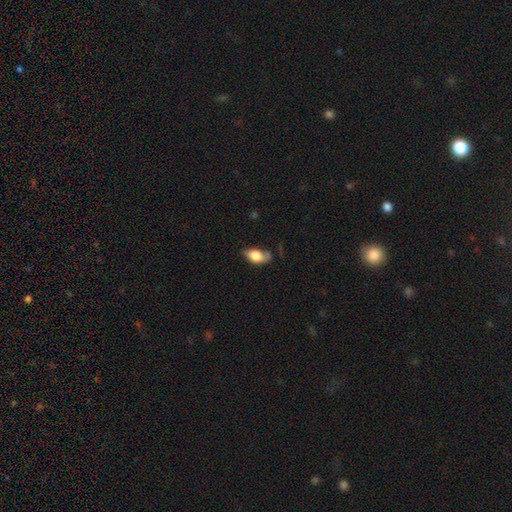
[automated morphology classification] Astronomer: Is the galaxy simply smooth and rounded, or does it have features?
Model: smooth — 74%.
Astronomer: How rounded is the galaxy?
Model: in between — 89%.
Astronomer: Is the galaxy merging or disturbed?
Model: none — 44% (runner-up: minor disturbance, 35%).